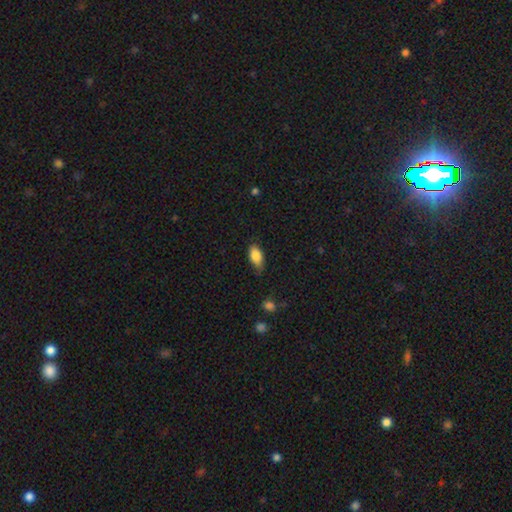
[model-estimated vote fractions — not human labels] A smooth galaxy with no disk features (83%) that is in between round and cigar-shaped (90%).

Vote fractions:
- Smooth or featured? smooth: 83% / featured or disk: 10% / star or artifact: 7%
- How rounded? in between: 90% / cigar-shaped: 6% / round: 4%
- Merging? none: 68% / minor disturbance: 26% / major disturbance: 4% / merger: 1%